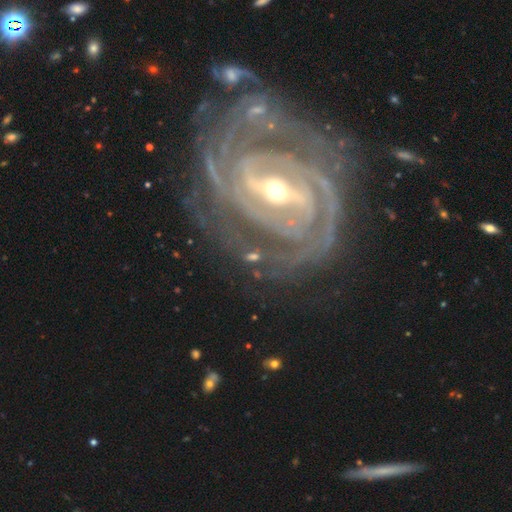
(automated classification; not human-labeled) Smooth or featured? featured or disk (93%)
Edge-on disk? no (97%)
Bar? strong (68%)
Spiral arms? yes (98%)
Spiral winding? tight (72%)
Spiral arm count? 2 (34%)
Bulge size? moderate (50%)
Merging? none (69%)